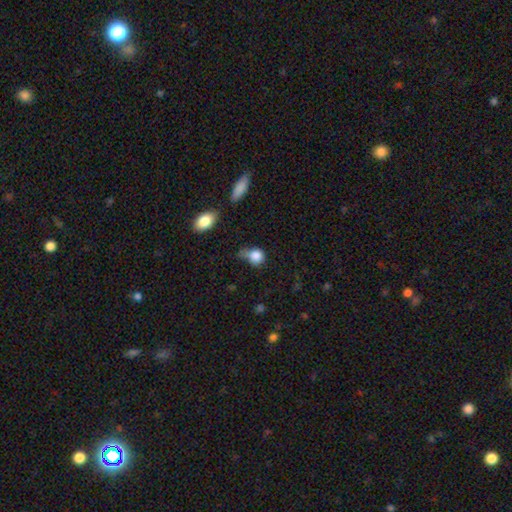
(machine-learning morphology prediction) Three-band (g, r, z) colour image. It shows a smooth galaxy with no disk features (83%) that is round (72%). Merging: none (38%).